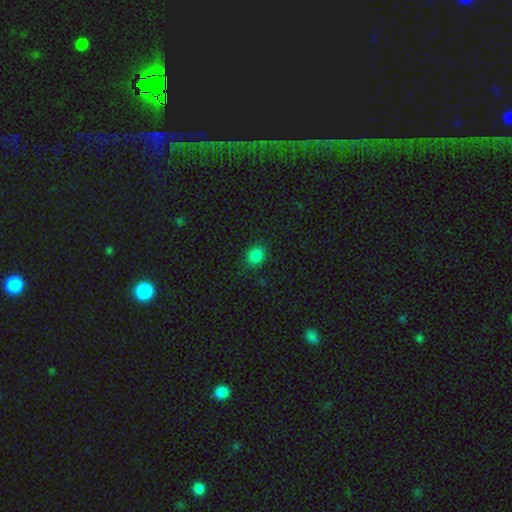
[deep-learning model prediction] Morphology: type=smooth (84%); roundness=round (59%); merging=none (87%).